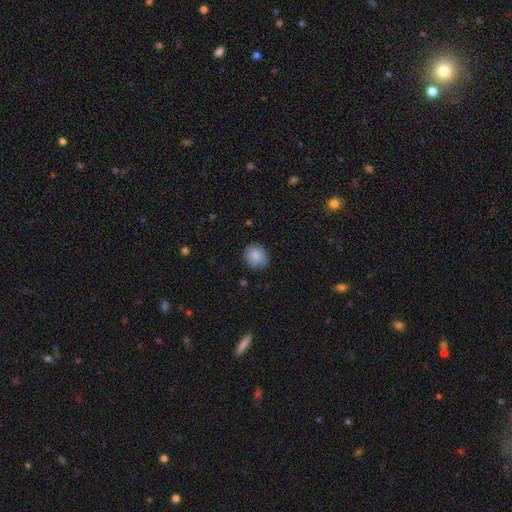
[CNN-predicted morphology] This appears to be a smooth galaxy with no disk features (84%) that is round (83%). Merging: none (82%).